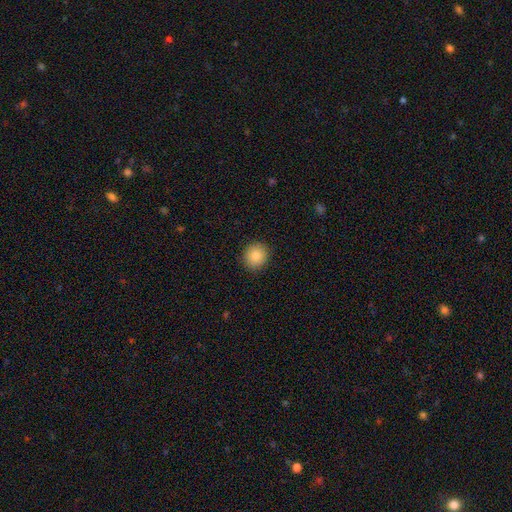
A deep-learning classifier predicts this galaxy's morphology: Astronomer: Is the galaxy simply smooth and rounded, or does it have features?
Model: smooth — 87%.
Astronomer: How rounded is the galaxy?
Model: round — 88%.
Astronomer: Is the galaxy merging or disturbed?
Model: none — 91%.